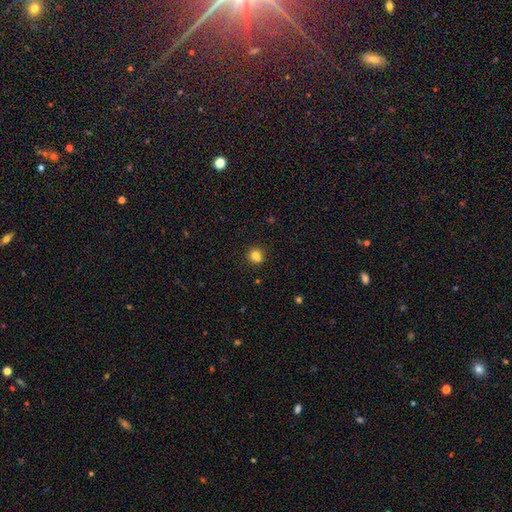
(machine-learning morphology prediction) A smooth galaxy with no disk features (80%) that is round (84%).

Vote fractions:
- Smooth or featured? smooth: 80% / star or artifact: 13% / featured or disk: 8%
- How rounded? round: 84% / in between: 15% / cigar-shaped: 1%
- Merging? none: 75% / minor disturbance: 12% / merger: 9% / major disturbance: 3%